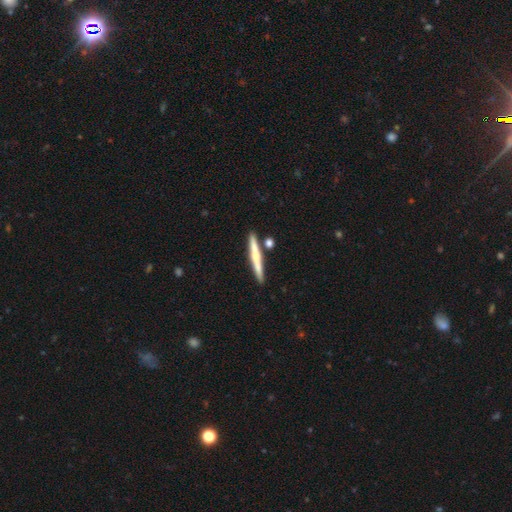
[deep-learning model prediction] Overall: smooth (51%; featured or disk 43%). How rounded: cigar-shaped (94%). Merging: none (82%).